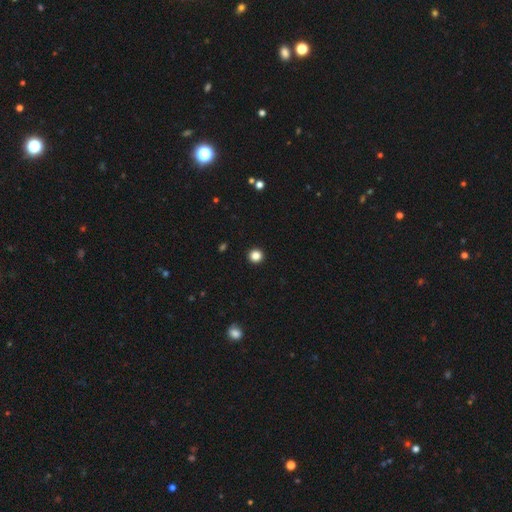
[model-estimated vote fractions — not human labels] Overall: smooth (85%). How rounded: round (96%). Merging: none (94%).